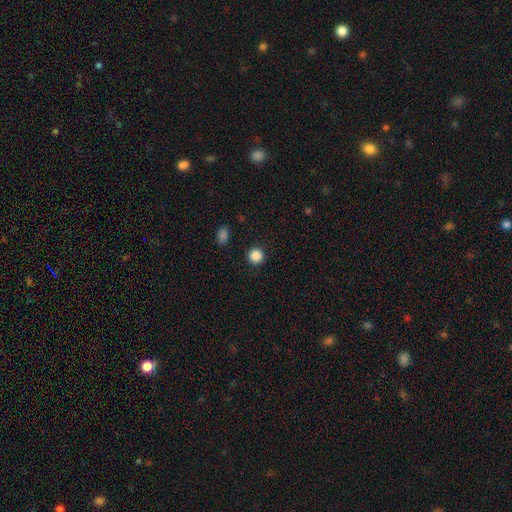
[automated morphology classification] smooth 87%, star or artifact 10%, featured or disk 3%. Down the decision tree: how rounded — round (94%); merging — none (93%).